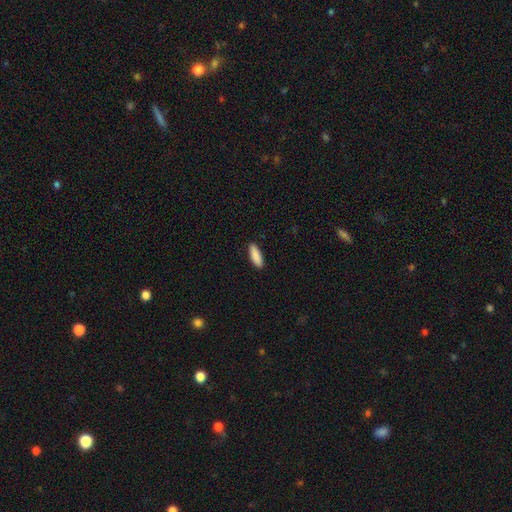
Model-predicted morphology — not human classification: Q: Smooth or featured?
A: smooth (90%); runner-up: star or artifact (6%)
Q: How rounded?
A: in between (55%); runner-up: cigar-shaped (43%)
Q: Merging?
A: none (90%); runner-up: minor disturbance (7%)